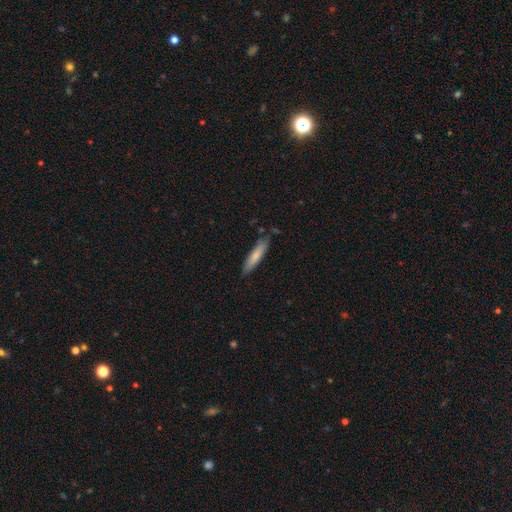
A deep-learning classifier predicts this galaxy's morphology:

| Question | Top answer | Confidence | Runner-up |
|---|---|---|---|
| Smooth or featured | smooth | 75% | featured or disk (19%) |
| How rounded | cigar-shaped | 84% | in between (15%) |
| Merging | none | 81% | minor disturbance (14%) |